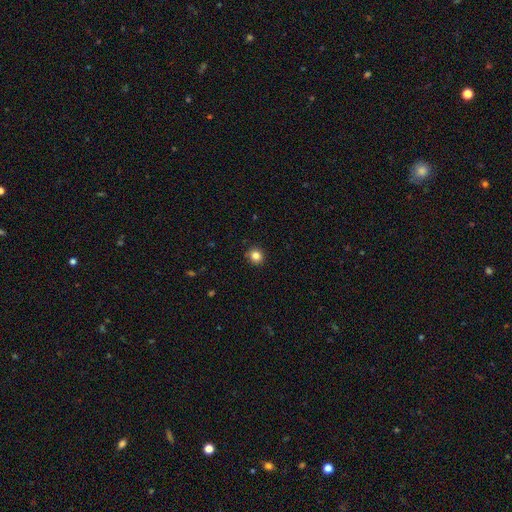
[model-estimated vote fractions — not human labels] Smooth or featured?
  - smooth: 83% *
  - star or artifact: 11%
  - featured or disk: 5%
How rounded?
  - round: 88% *
  - in between: 11%
  - cigar-shaped: 1%
Merging?
  - none: 91% *
  - minor disturbance: 7%
  - major disturbance: 2%
  - merger: 1%